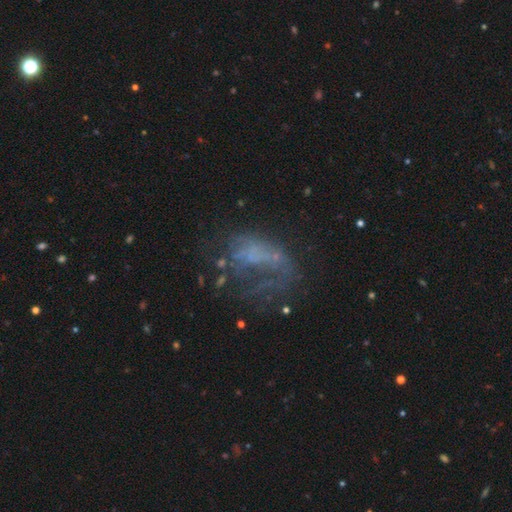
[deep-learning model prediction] smooth-or-featured: featured or disk: 52% | smooth: 26% | star or artifact: 22%
  disk-edge-on: no: 96% | yes: 4%
  merging: major disturbance: 46% | none: 31% | minor disturbance: 16% | merger: 7%